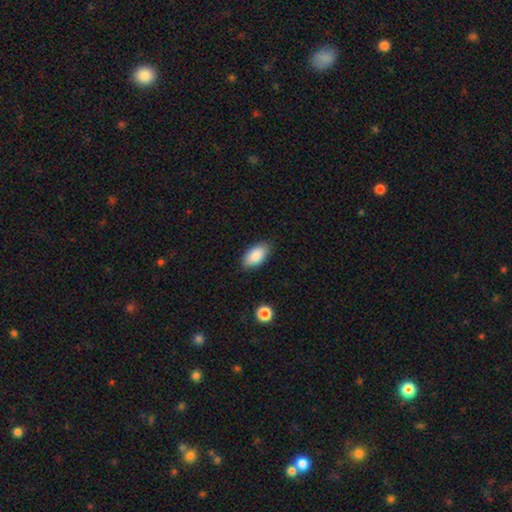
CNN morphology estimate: smooth 87%, star or artifact 7%, featured or disk 7%. Down the decision tree: how rounded — in between (94%); merging — none (86%).